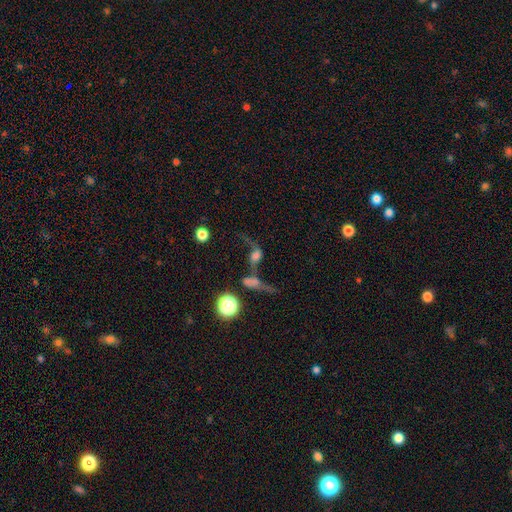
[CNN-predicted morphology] Smooth or featured? Predicted: featured or disk (p=0.56). Edge-on disk? Predicted: no (p=0.87). Merging? Predicted: merger (p=0.42).